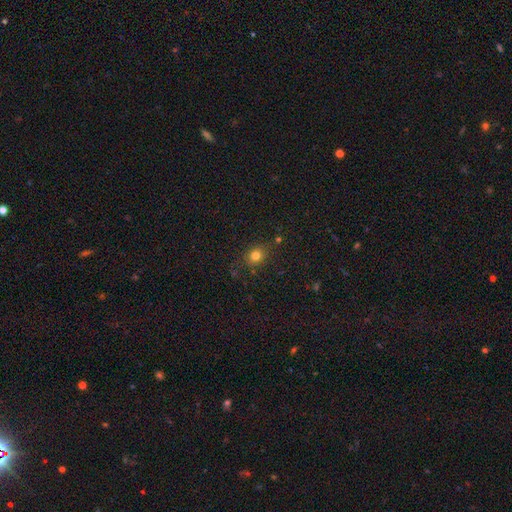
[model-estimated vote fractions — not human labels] smooth-or-featured: smooth: 78% | star or artifact: 16% | featured or disk: 7%
  how-rounded: round: 73% | in between: 26% | cigar-shaped: 1%
  merging: none: 80% | minor disturbance: 13% | major disturbance: 4% | merger: 3%